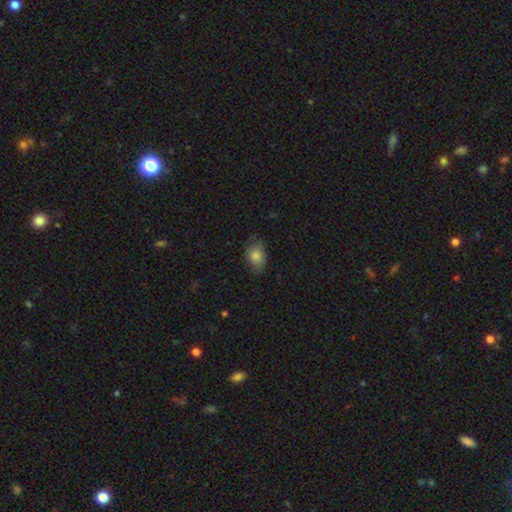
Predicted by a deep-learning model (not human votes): This is clearly a smooth galaxy (82%). How rounded: likely in between (77%). Merging: likely none (70%).